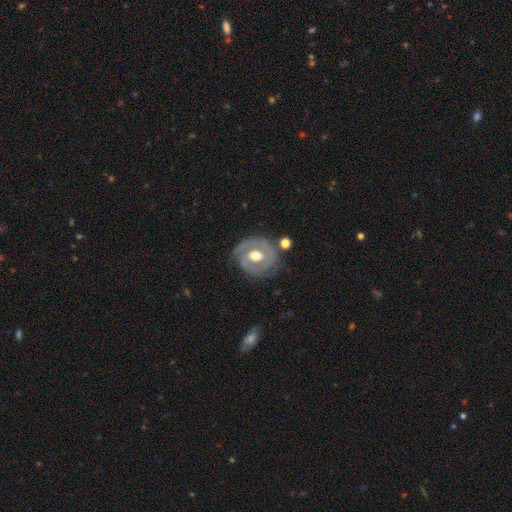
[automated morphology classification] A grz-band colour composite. It shows a featured or disk galaxy (78%) with a weak bar (42%), 2 (60%) tight (64%) spiral arms (76%) and a moderate central bulge (75%). Merging: none (70%).